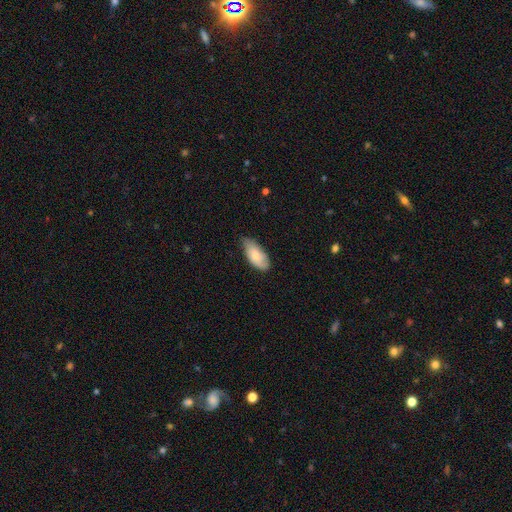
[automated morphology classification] A smooth galaxy with no disk features (70%) that is in between round and cigar-shaped (91%). Merging: none (59%).